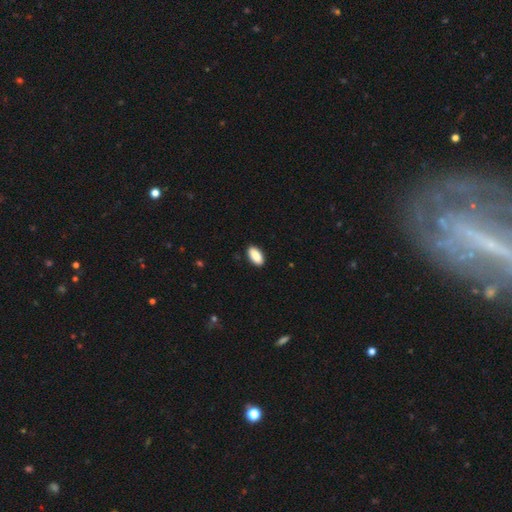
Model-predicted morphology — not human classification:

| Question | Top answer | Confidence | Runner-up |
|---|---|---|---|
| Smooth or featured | smooth | 90% | star or artifact (6%) |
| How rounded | in between | 93% | cigar-shaped (5%) |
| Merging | none | 89% | minor disturbance (8%) |